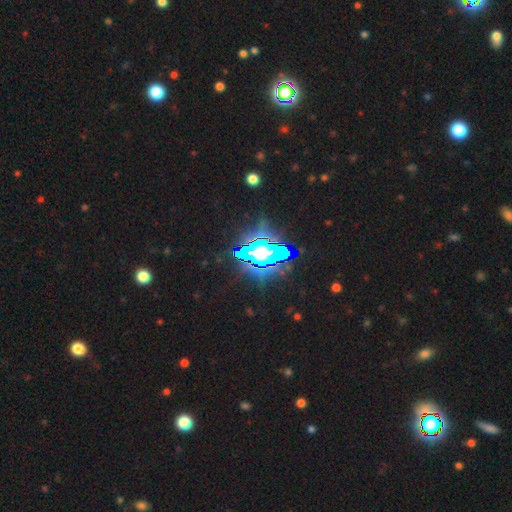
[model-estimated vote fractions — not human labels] star or artifact 82%, smooth 9%, featured or disk 9%.